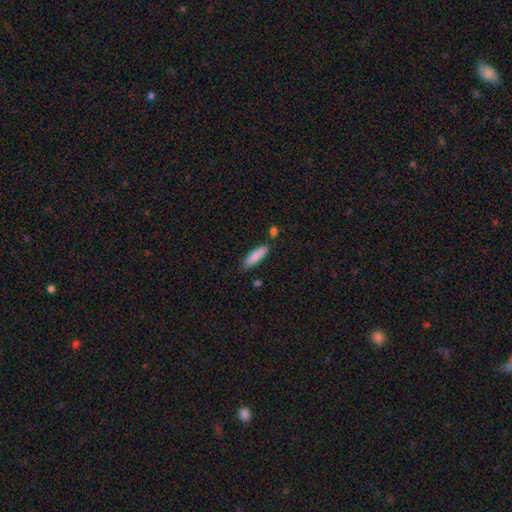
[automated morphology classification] Smooth or featured?
  - smooth: 86% *
  - featured or disk: 8%
  - star or artifact: 6%
How rounded?
  - cigar-shaped: 61% *
  - in between: 37%
  - round: 2%
Merging?
  - none: 78% *
  - minor disturbance: 13%
  - merger: 5%
  - major disturbance: 3%